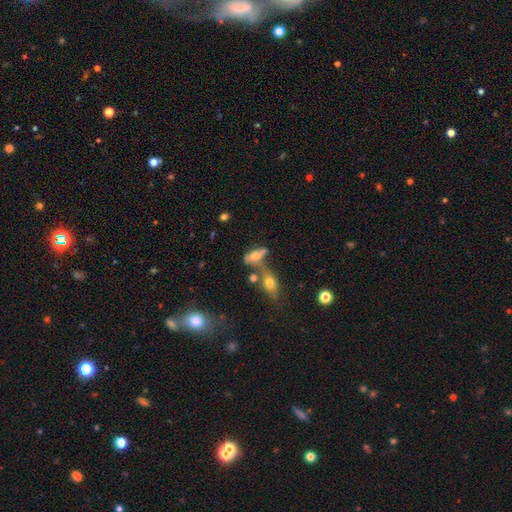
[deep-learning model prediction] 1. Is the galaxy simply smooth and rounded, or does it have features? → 56% smooth, 32% featured or disk, 12% star or artifact.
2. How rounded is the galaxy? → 76% in between, 18% cigar-shaped, 7% round.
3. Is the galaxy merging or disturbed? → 42% merger, 32% none, 15% minor disturbance, 11% major disturbance.